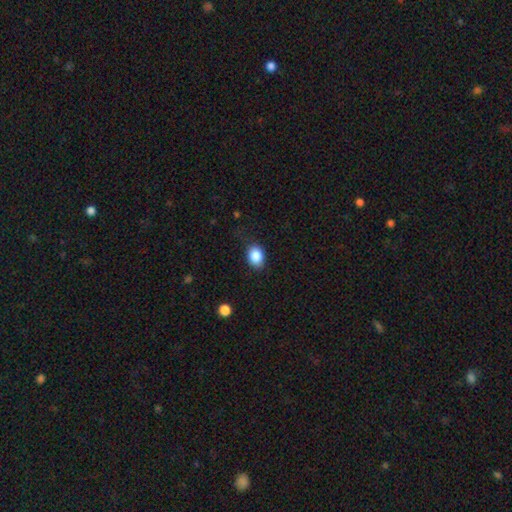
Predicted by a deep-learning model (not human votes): Q: Smooth or featured?
A: smooth (86%); runner-up: star or artifact (9%)
Q: How rounded?
A: in between (64%); runner-up: round (35%)
Q: Merging?
A: none (77%); runner-up: minor disturbance (17%)